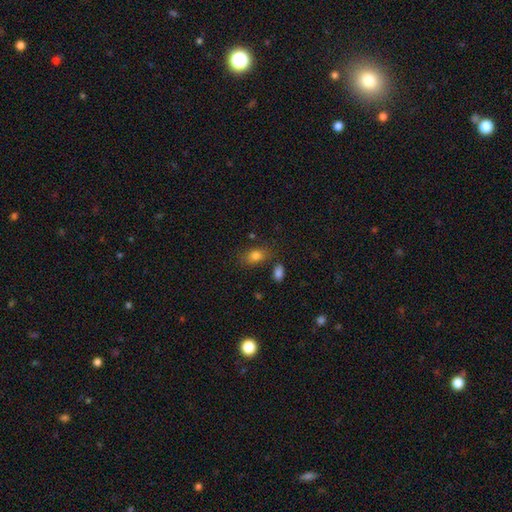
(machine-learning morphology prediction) This appears to be a smooth galaxy with no disk features (81%) that is in between round and cigar-shaped (81%). Merging: none (73%).